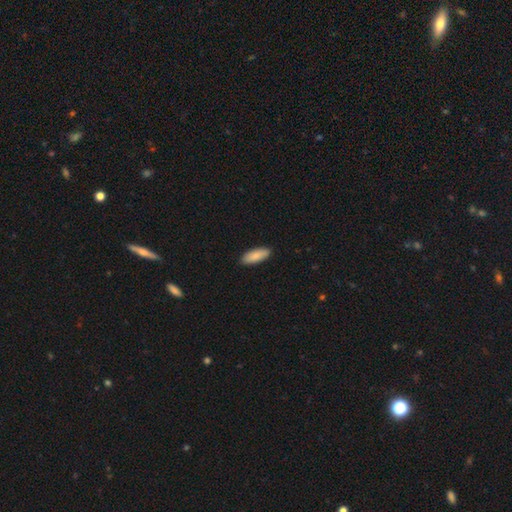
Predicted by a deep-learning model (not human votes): smooth 87%, featured or disk 7%, star or artifact 5%. Down the decision tree: how rounded — in between (73%); merging — none (90%).